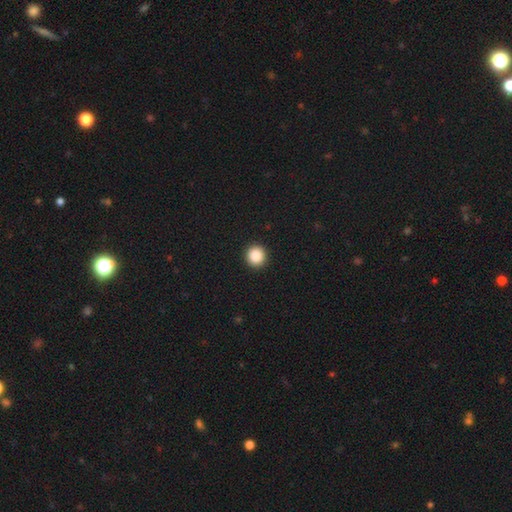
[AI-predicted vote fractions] Smooth or featured?
  - smooth: 89% *
  - star or artifact: 9%
  - featured or disk: 3%
How rounded?
  - round: 93% *
  - in between: 6%
  - cigar-shaped: 1%
Merging?
  - none: 94% *
  - minor disturbance: 4%
  - major disturbance: 1%
  - merger: 1%